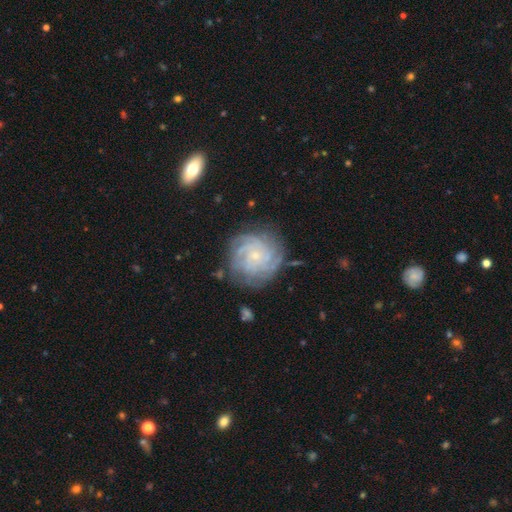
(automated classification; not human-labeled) Smooth or featured? featured or disk (82%)
Edge-on disk? no (97%)
Bar? no (77%)
Spiral arms? yes (96%)
Spiral winding? tight (77%)
Spiral arm count? can't tell (29%)
Bulge size? small (81%)
Merging? none (76%)